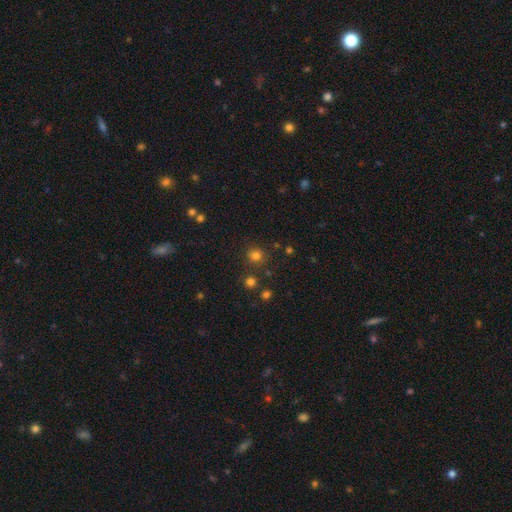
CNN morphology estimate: A smooth galaxy with no disk features (76%) that is round (87%). Merging: none (83%).